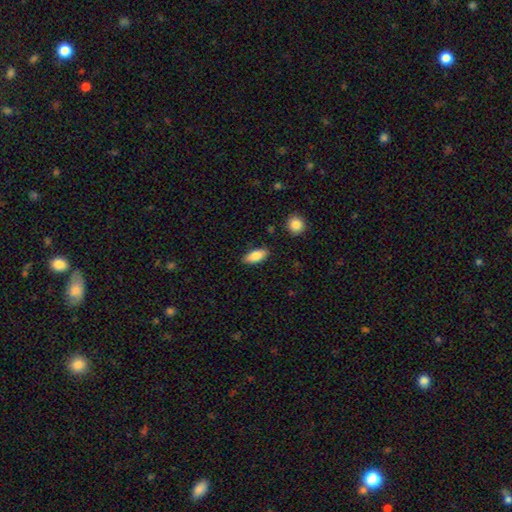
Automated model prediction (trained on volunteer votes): smooth 82%, featured or disk 11%, star or artifact 7%. Down the decision tree: how rounded — in between (86%); merging — none (86%).